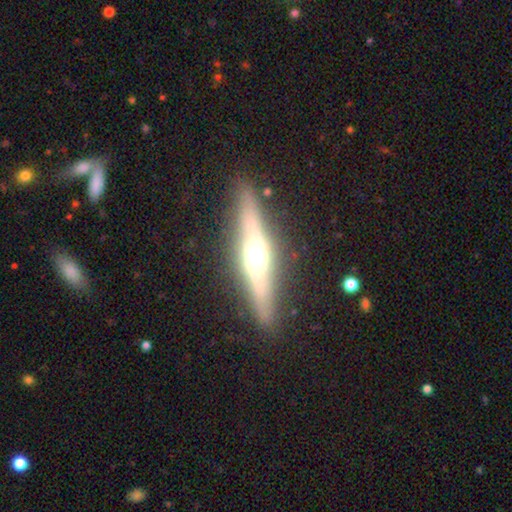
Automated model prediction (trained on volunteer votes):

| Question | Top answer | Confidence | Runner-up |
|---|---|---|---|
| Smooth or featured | featured or disk | 72% | smooth (22%) |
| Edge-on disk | yes | 92% | no (8%) |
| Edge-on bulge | rounded | 88% | boxy (8%) |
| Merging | none | 87% | minor disturbance (9%) |